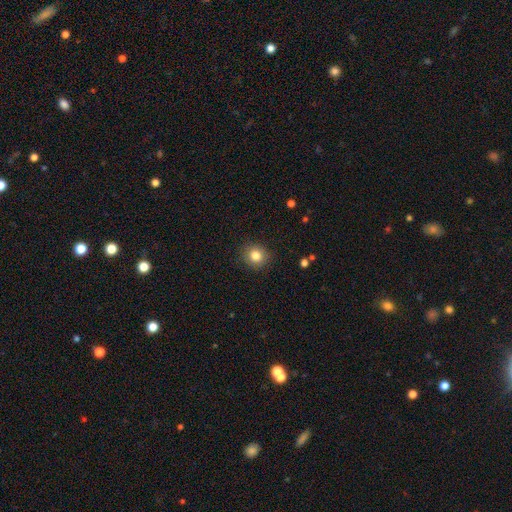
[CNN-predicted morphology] smooth_or_featured: smooth (p=0.83) [alt: star or artifact p=0.11]
how_rounded: round (p=0.86) [alt: in between p=0.13]
merging: none (p=0.90) [alt: minor disturbance p=0.07]